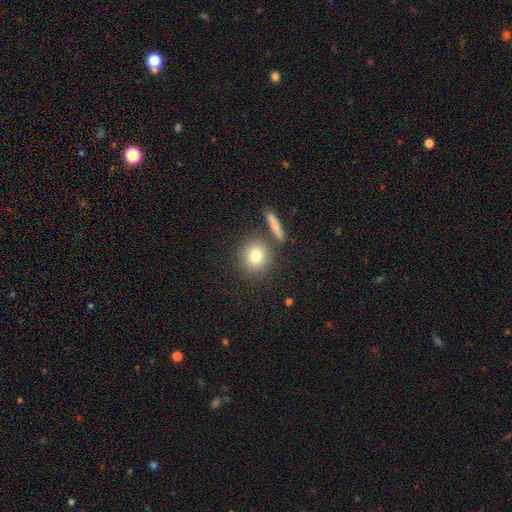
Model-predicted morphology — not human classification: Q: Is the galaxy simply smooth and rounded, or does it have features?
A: smooth — 80%.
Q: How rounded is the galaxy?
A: round — 86%.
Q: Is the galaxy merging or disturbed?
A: none — 77%.